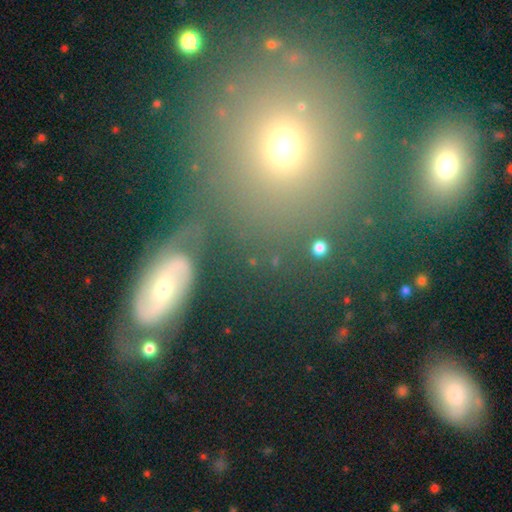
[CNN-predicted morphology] smooth_or_featured: smooth (p=0.40) [alt: featured or disk p=0.36]
merging: none (p=0.71) [alt: minor disturbance p=0.12]